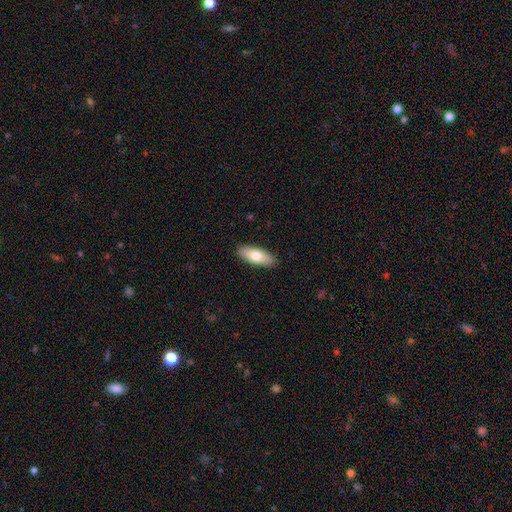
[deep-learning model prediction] A smooth galaxy with no disk features (76%) that is in between round and cigar-shaped (76%). Merging: none (89%).